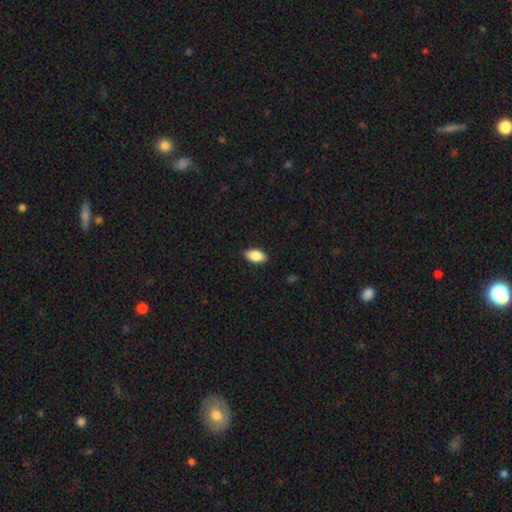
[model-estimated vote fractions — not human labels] Q: Smooth or featured?
A: smooth (87%); runner-up: star or artifact (7%)
Q: How rounded?
A: in between (92%); runner-up: cigar-shaped (5%)
Q: Merging?
A: none (88%); runner-up: minor disturbance (9%)